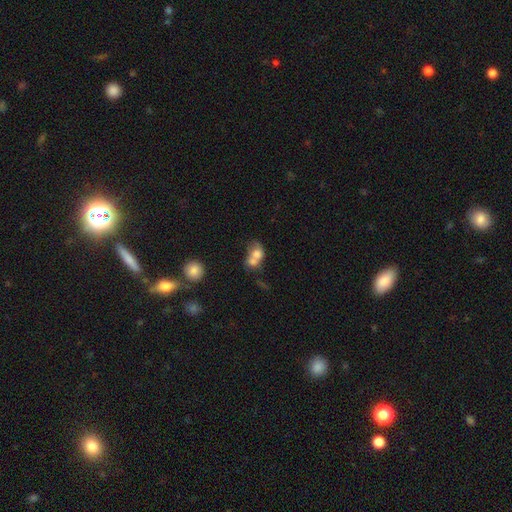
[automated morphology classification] This appears to be a smooth galaxy with no disk features (68%) that is in between round and cigar-shaped (49%, tied with round). Merging: merger (69%).